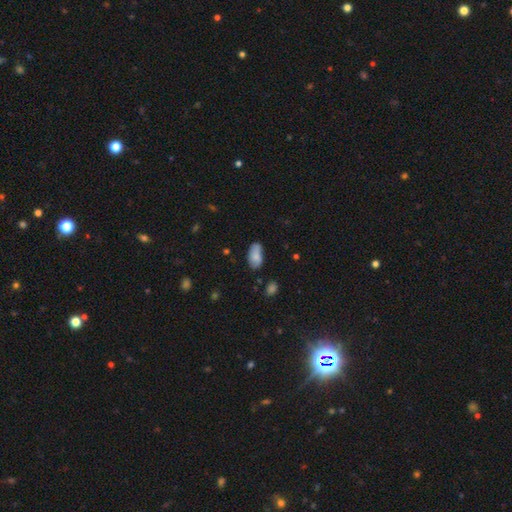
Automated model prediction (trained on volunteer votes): Q: Smooth or featured?
A: smooth (79%); runner-up: featured or disk (14%)
Q: How rounded?
A: in between (93%); runner-up: cigar-shaped (3%)
Q: Merging?
A: none (66%); runner-up: minor disturbance (26%)